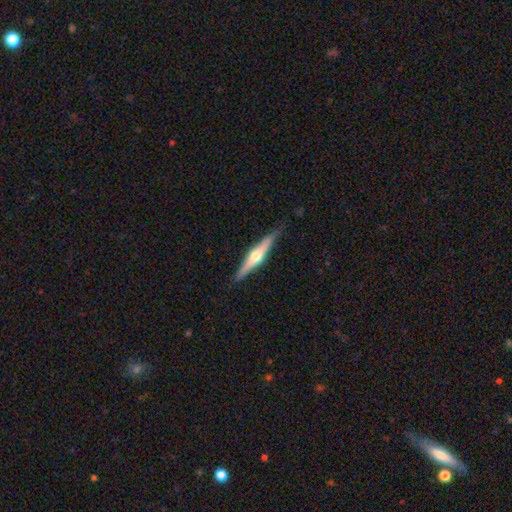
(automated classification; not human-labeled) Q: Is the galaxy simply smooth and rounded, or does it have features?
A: featured or disk — 69%.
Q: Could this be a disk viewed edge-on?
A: yes — 97%.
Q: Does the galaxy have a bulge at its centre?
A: rounded — 91%.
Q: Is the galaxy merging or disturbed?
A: none — 87%.